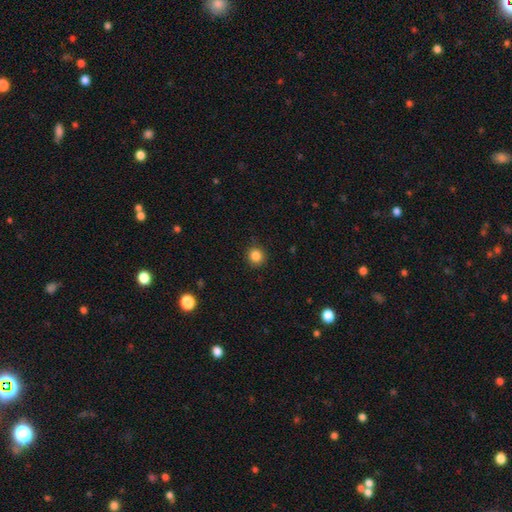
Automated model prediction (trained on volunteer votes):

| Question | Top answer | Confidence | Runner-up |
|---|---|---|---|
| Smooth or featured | smooth | 85% | star or artifact (11%) |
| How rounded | round | 91% | in between (8%) |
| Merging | none | 89% | minor disturbance (8%) |